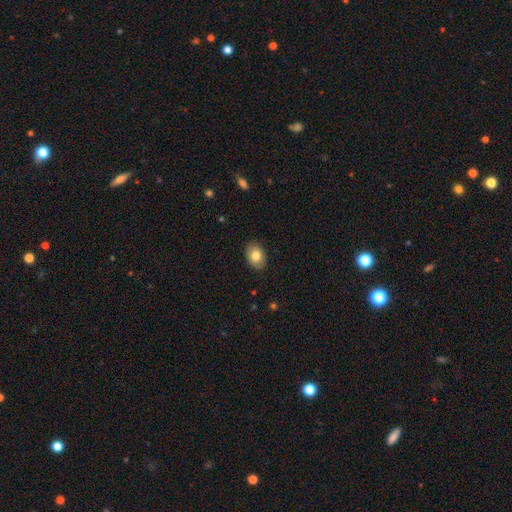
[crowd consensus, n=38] Smooth or featured?
  - smooth: 87% *
  - featured or disk: 8%
  - star or artifact: 5%
How rounded?
  - in between: 91% *
  - round: 6%
  - cigar-shaped: 3%
Merging?
  - none: 97% *
  - major disturbance: 3%
  - minor disturbance: 0%
  - merger: 0%